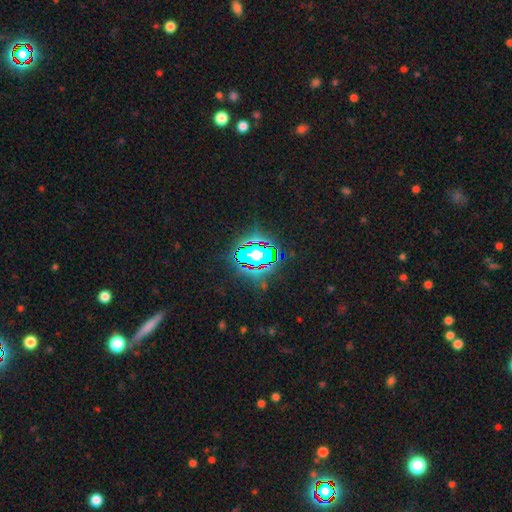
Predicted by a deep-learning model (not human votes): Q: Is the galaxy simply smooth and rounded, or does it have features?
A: star or artifact — 80%.